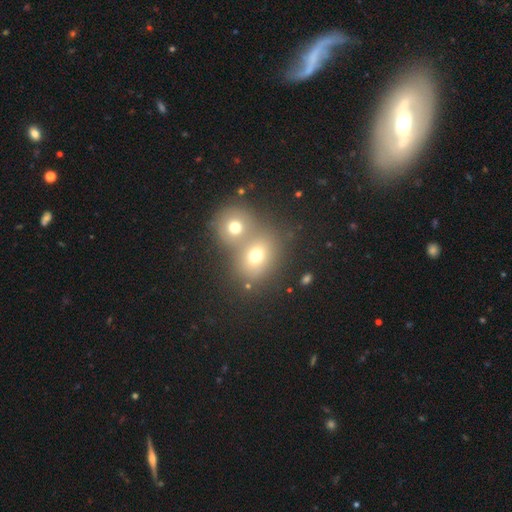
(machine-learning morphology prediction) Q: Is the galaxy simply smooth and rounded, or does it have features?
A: smooth — 69%.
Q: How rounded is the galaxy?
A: round — 65%.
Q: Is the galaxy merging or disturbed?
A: merger — 58%.